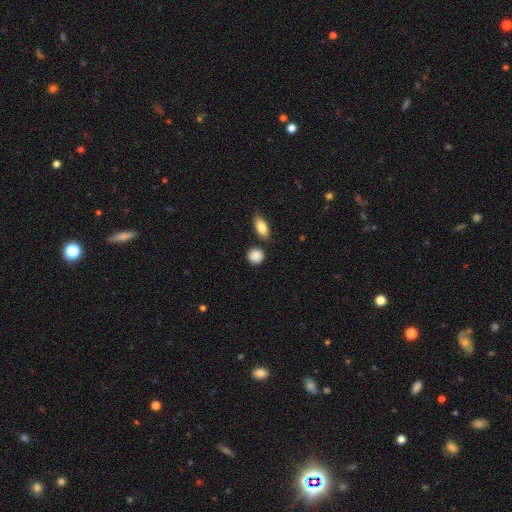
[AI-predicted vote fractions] A smooth galaxy with no disk features (88%) that is round (79%). Merging: none (79%).